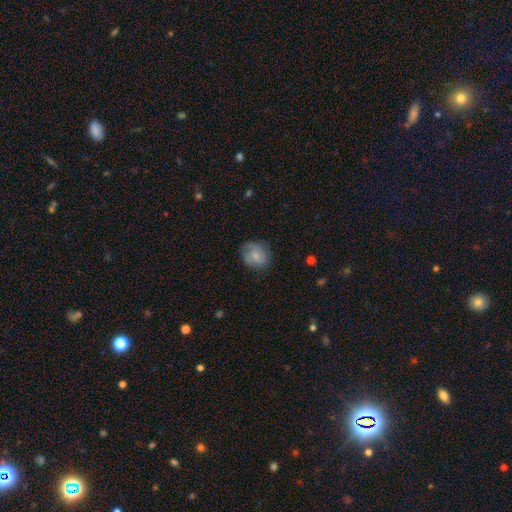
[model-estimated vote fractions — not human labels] Morphology: type=smooth (64%); roundness=round (70%); merging=none (69%).